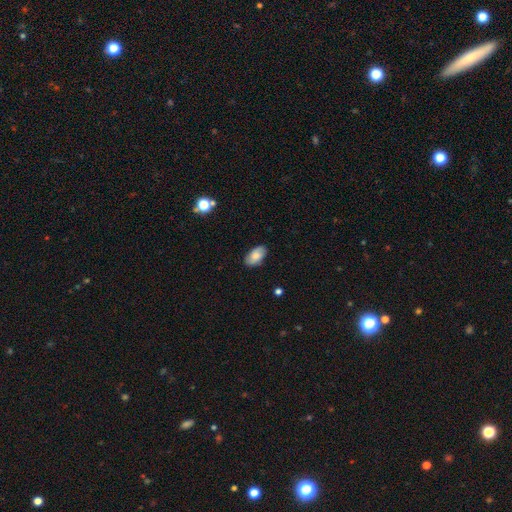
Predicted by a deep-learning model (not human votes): A smooth galaxy with no disk features (77%) that is in between round and cigar-shaped (94%). Merging: none (85%).